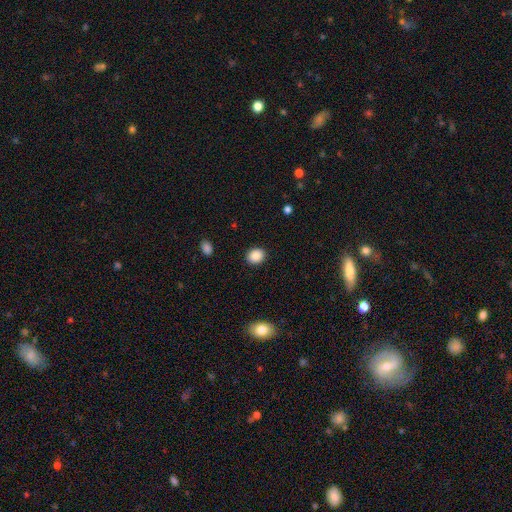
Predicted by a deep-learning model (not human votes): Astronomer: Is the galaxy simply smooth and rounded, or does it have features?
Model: smooth — 89%.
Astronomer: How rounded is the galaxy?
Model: round — 61% (runner-up: in between, 38%).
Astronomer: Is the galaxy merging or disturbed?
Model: none — 90%.